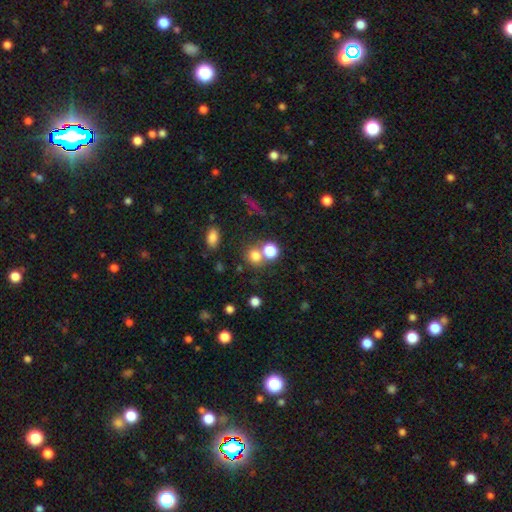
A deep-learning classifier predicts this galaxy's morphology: Smooth or featured? smooth (74%)
How rounded? round (78%)
Merging? none (56%)